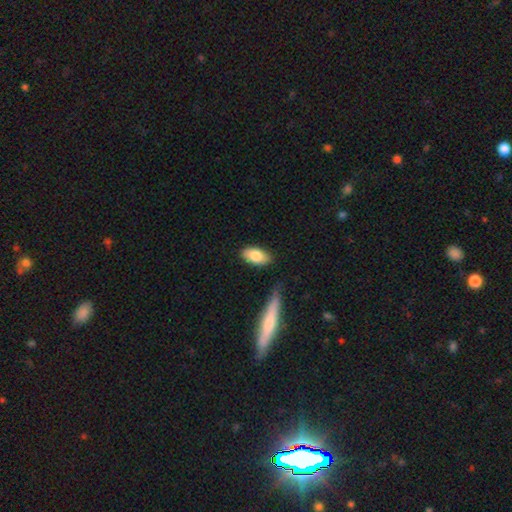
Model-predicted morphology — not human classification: This appears to be a smooth galaxy with no disk features (83%) that is in between round and cigar-shaped (91%). Merging: none (81%).